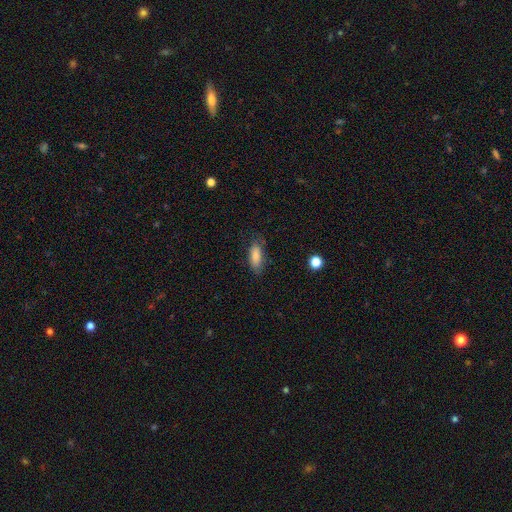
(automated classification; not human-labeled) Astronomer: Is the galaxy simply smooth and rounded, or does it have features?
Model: smooth — 83%.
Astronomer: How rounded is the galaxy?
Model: in between — 77%.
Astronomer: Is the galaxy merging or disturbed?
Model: none — 74%.